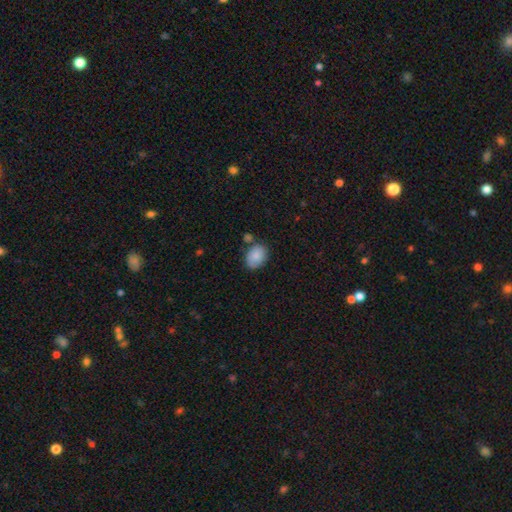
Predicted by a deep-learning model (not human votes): Smooth or featured: smooth — 85% (featured or disk — 8%)
How rounded: in between — 72% (round — 27%)
Merging: none — 66% (minor disturbance — 19%)